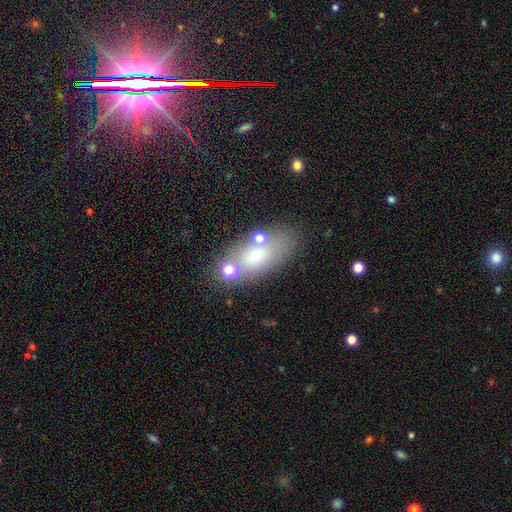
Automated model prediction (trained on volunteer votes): This is possibly a smooth galaxy (59%). How rounded: clearly in between (81%). Merging: likely none (67%).